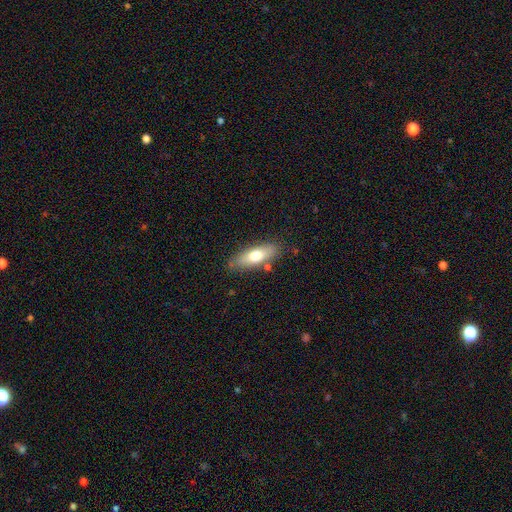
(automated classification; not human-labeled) A smooth galaxy with no disk features (69%) that is in between round and cigar-shaped (60%).

Vote fractions:
- Smooth or featured? smooth: 69% / featured or disk: 25% / star or artifact: 6%
- How rounded? in between: 60% / cigar-shaped: 37% / round: 2%
- Merging? none: 80% / minor disturbance: 14% / merger: 3% / major disturbance: 3%